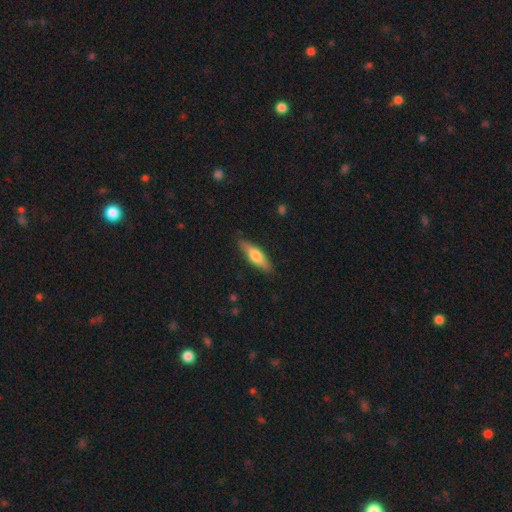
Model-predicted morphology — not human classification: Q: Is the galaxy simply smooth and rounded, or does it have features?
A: smooth — 63%.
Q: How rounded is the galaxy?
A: cigar-shaped — 55%.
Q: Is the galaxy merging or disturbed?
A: none — 85%.